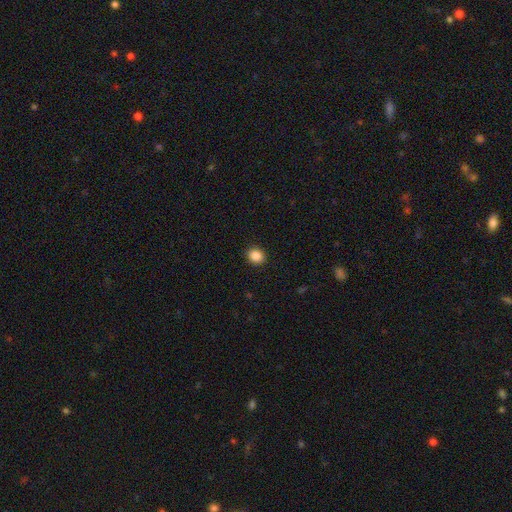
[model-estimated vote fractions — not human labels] This appears to be a smooth galaxy with no disk features (88%) that is round (70%). Merging: none (91%).